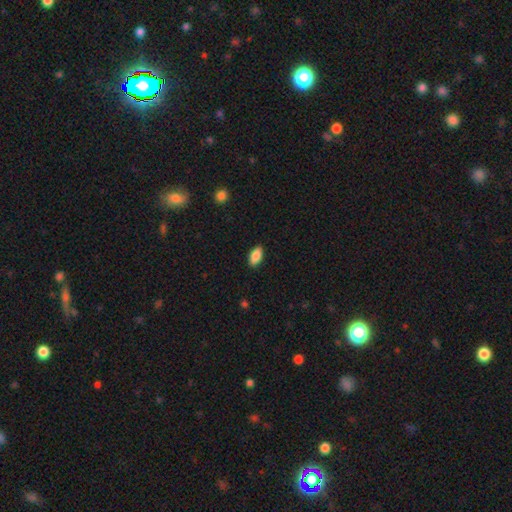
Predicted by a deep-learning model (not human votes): smooth-or-featured: smooth: 86% | star or artifact: 7% | featured or disk: 7%
  how-rounded: in between: 92% | cigar-shaped: 6% | round: 3%
  merging: none: 88% | minor disturbance: 9% | major disturbance: 2% | merger: 1%